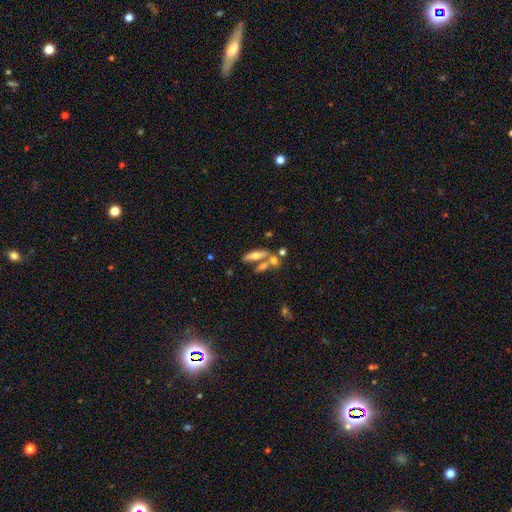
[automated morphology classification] smooth-or-featured: smooth: 47% | featured or disk: 44% | star or artifact: 9%
  merging: none: 47% | merger: 35% | minor disturbance: 12% | major disturbance: 6%